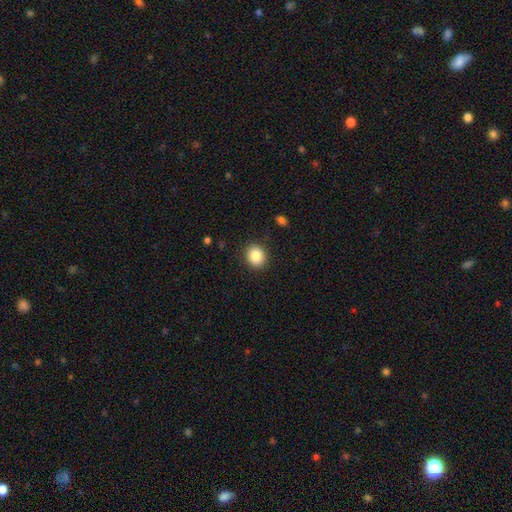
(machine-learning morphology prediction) This is clearly a smooth galaxy (85%). How rounded: likely round (70%). Merging: clearly none (90%).